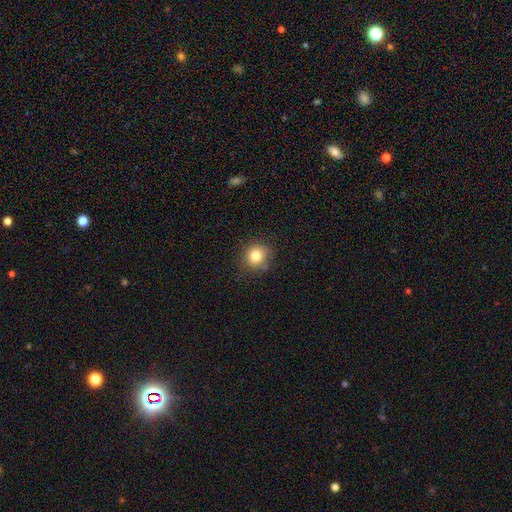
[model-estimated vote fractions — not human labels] This appears to be a smooth galaxy with no disk features (81%) that is round (86%). Merging: none (77%).